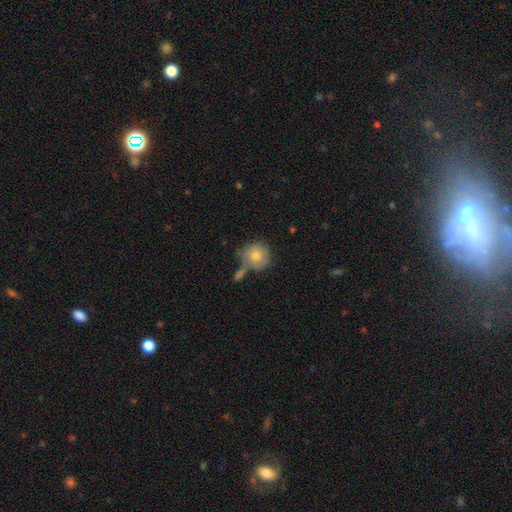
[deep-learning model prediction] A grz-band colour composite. It shows a smooth galaxy with no disk features (80%) that is round (89%). Merging: none (56%).